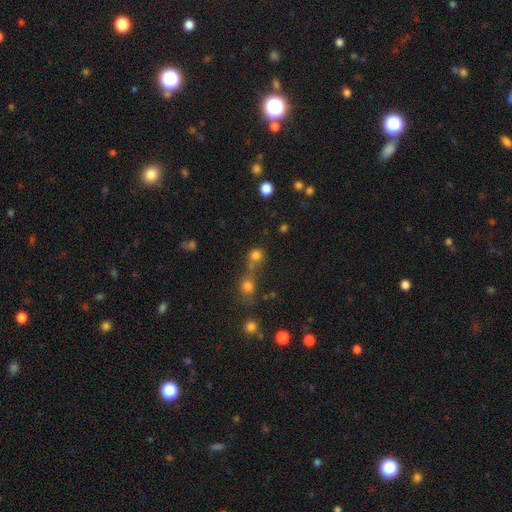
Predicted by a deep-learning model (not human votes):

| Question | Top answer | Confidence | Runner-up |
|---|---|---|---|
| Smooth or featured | smooth | 77% | star or artifact (16%) |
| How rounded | round | 86% | in between (12%) |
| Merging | none | 47% | merger (41%) |